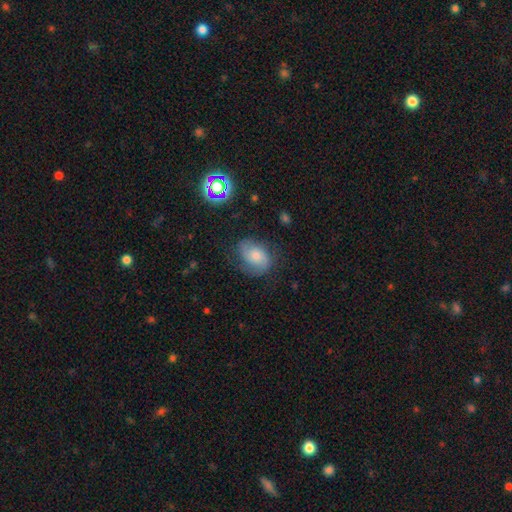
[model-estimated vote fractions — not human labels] This appears to be a featured or disk galaxy (47%). Merging: none (64%).